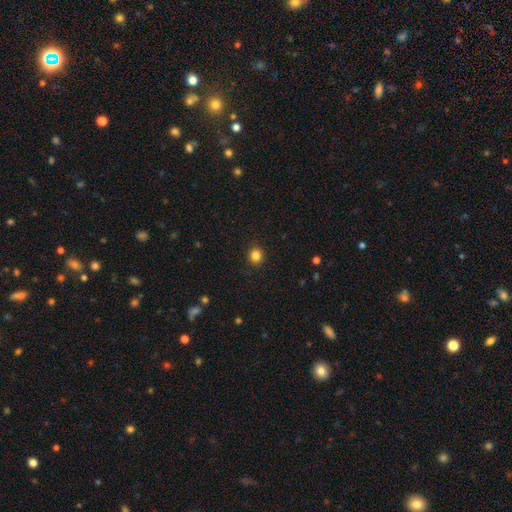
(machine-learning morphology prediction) This appears to be a smooth galaxy with no disk features (84%) that is round (90%). Merging: none (91%).